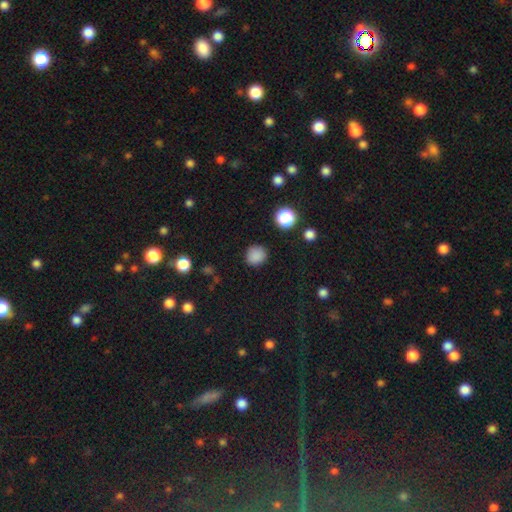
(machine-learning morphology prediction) smooth 84%, star or artifact 12%, featured or disk 3%. Down the decision tree: how rounded — round (87%); merging — none (87%).